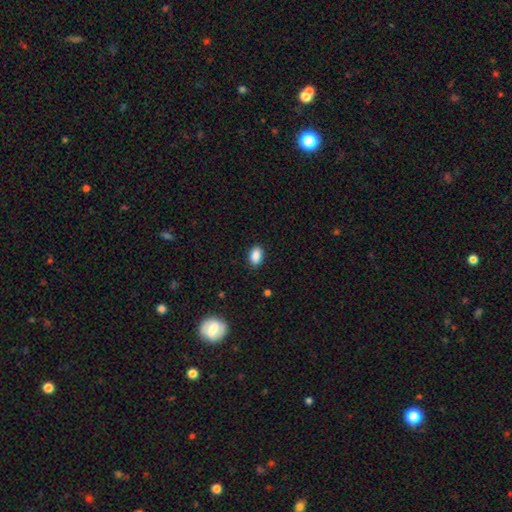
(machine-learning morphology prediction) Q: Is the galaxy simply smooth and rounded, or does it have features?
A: smooth — 89%.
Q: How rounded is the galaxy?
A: in between — 88%.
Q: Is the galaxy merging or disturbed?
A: none — 87%.